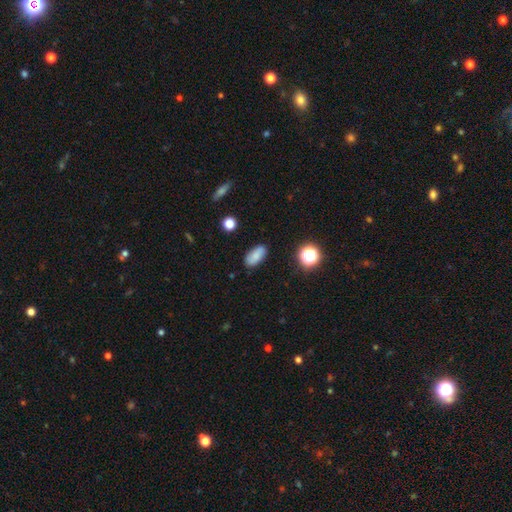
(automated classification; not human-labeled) Overall: smooth (81%). How rounded: in between (88%). Merging: none (85%).